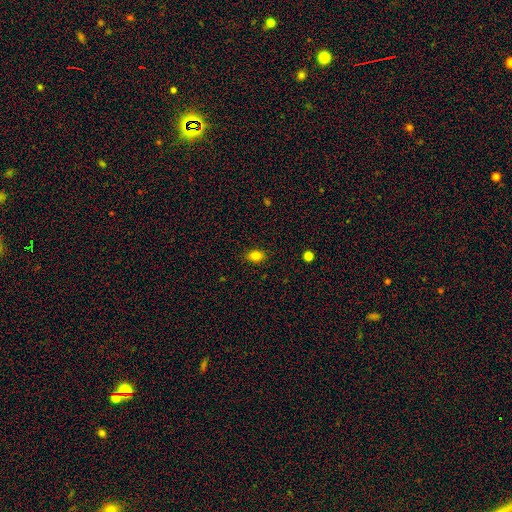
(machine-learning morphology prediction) Smooth or featured?
  - smooth: 82% *
  - star or artifact: 11%
  - featured or disk: 7%
How rounded?
  - in between: 79% *
  - round: 19%
  - cigar-shaped: 2%
Merging?
  - none: 87% *
  - minor disturbance: 10%
  - major disturbance: 2%
  - merger: 1%